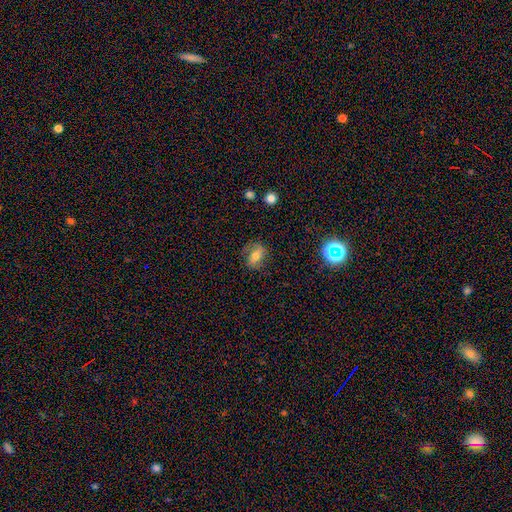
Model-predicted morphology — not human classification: This is possibly a smooth galaxy (55%). How rounded: likely in between (61%). Merging: likely none (73%).